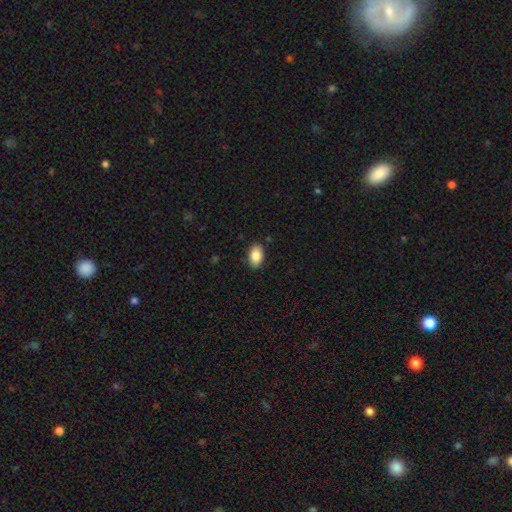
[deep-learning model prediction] smooth_or_featured: smooth (p=0.85) [alt: star or artifact p=0.07]
how_rounded: in between (p=0.91) [alt: round p=0.08]
merging: none (p=0.87) [alt: minor disturbance p=0.09]